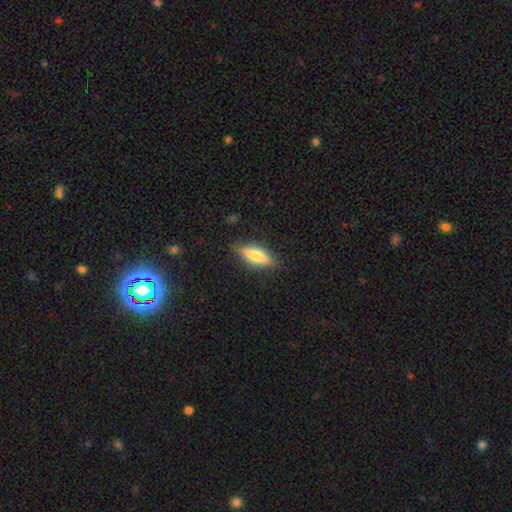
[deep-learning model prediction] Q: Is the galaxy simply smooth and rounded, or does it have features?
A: smooth — 60%.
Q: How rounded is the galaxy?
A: in between — 50%.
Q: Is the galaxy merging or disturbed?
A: none — 83%.